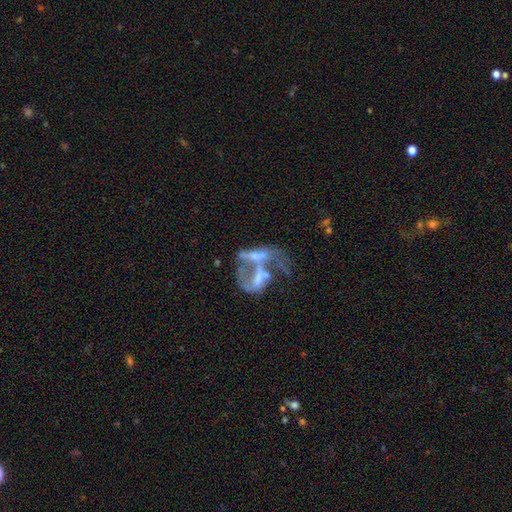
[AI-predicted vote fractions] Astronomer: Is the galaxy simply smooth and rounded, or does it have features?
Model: featured or disk — 62%.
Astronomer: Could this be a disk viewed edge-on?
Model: no — 96%.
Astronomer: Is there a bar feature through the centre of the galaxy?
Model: no — 74%.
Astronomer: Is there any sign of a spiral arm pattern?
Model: no — 79%.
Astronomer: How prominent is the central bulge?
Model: none — 54%.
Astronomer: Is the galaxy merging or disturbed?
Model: merger — 45% (runner-up: major disturbance, 33%).